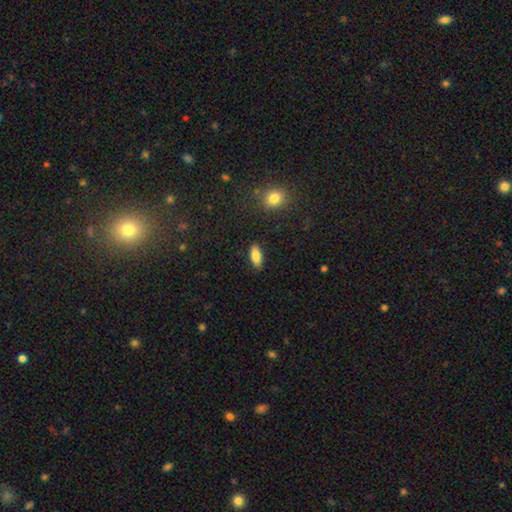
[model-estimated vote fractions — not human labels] A smooth galaxy with no disk features (83%) that is in between round and cigar-shaped (81%). Merging: none (88%).